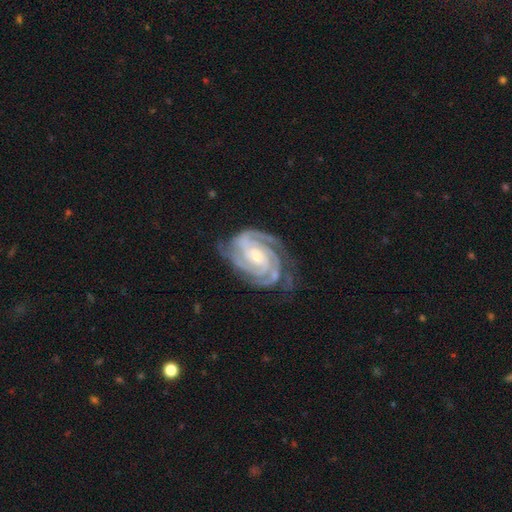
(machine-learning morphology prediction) Smooth or featured: featured or disk — 93% (star or artifact — 4%)
Edge-on disk: no — 98% (yes — 2%)
Bar: no — 48% (weak — 36%)
Spiral arms: yes — 99% (no — 1%)
Spiral winding: tight — 74% (medium — 23%)
Spiral arm count: 3 — 43% (2 — 23%)
Bulge size: moderate — 47% (small — 44%)
Merging: none — 72% (minor disturbance — 19%)